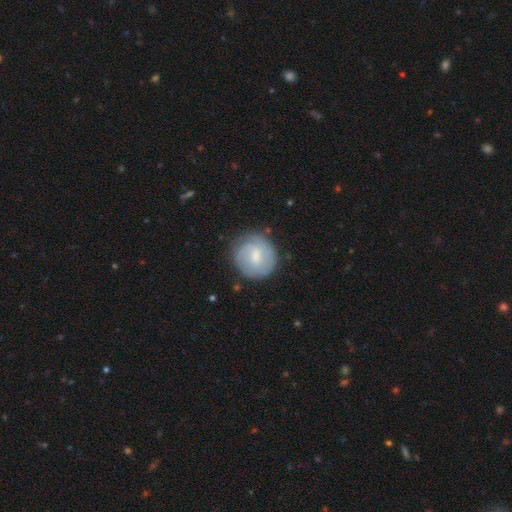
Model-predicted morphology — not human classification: A featured or disk galaxy (48%). Merging: none (74%).